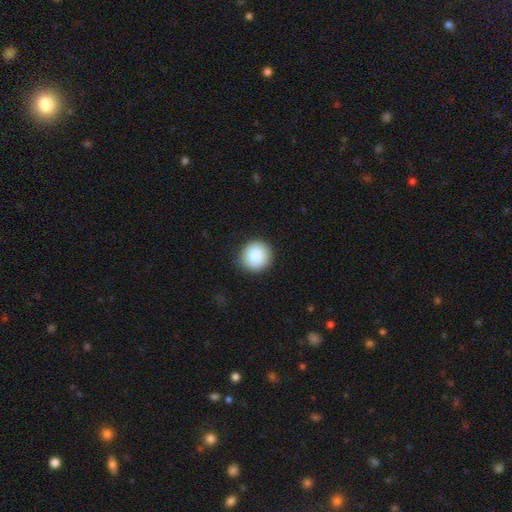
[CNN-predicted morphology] Smooth or featured? Predicted: smooth (p=0.84). How rounded? Predicted: round (p=0.93). Merging? Predicted: none (p=0.89).